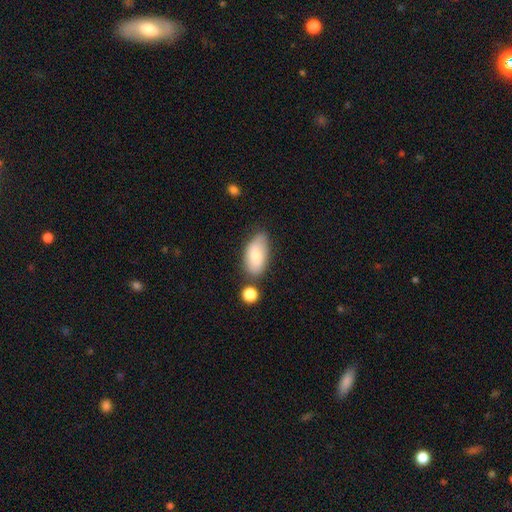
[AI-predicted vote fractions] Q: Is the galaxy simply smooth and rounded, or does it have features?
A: smooth — 77%.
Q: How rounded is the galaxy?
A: in between — 93%.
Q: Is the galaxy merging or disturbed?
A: none — 61%.